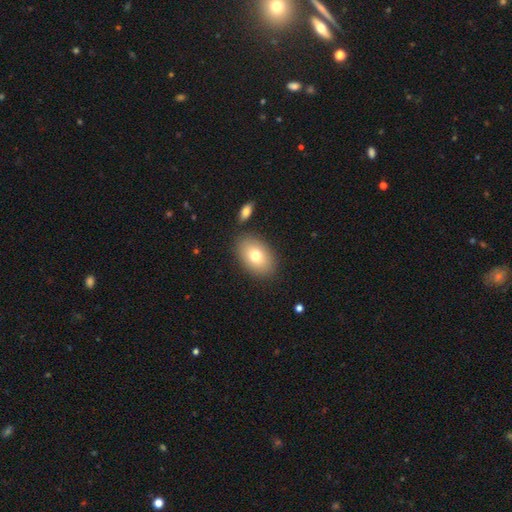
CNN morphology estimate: A smooth galaxy with no disk features (74%) that is in between round and cigar-shaped (86%). Merging: none (84%).